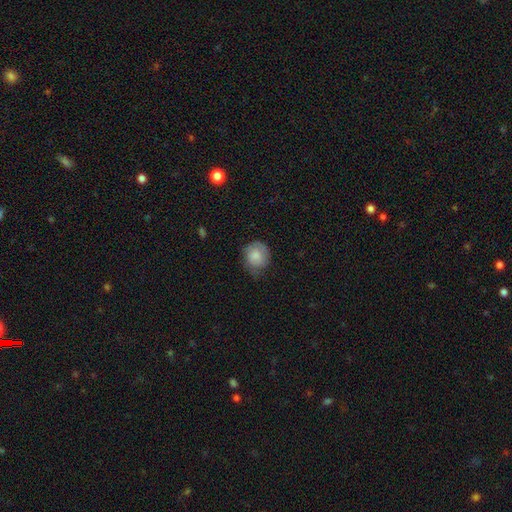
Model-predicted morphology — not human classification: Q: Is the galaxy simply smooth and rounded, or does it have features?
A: smooth — 78%.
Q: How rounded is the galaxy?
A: round — 75%.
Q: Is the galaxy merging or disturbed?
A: none — 58%.